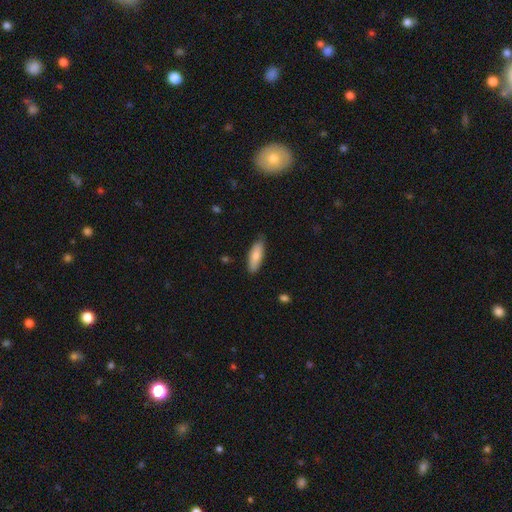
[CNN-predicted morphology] The model was most divided on "how rounded": in between: 57%, cigar-shaped: 42%, round: 2%. More confident: smooth or featured — smooth (82%); merging — none (79%).